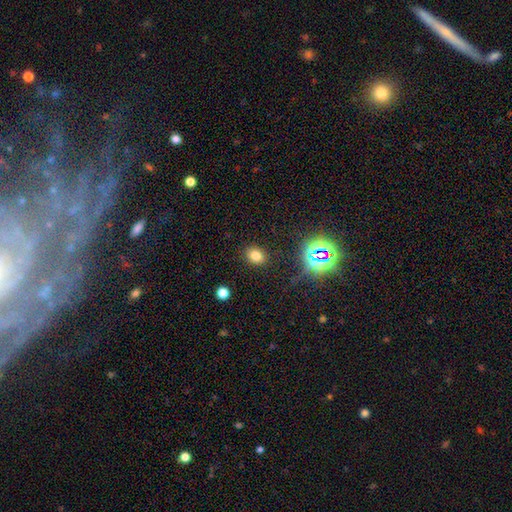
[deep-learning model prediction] Smooth or featured? smooth (75%)
How rounded? in between (52%)
Merging? none (87%)